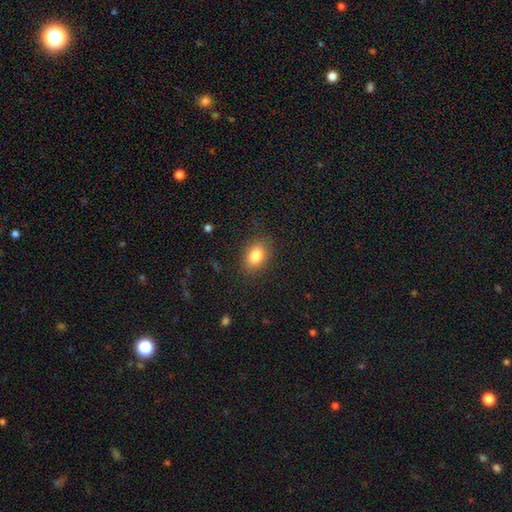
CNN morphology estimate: This is clearly a smooth galaxy (83%). How rounded: clearly in between (81%). Merging: clearly none (85%).